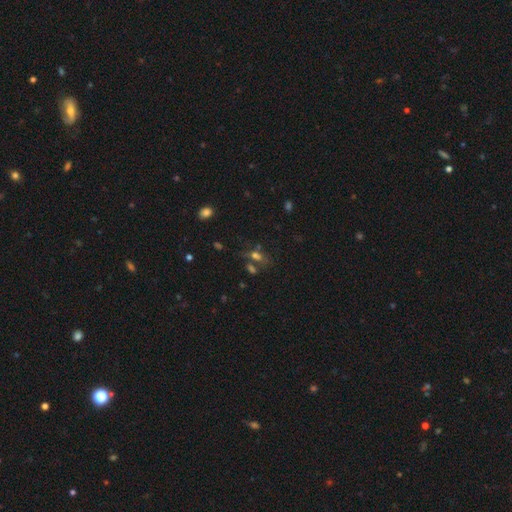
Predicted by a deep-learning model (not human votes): A smooth galaxy with no disk features (51%) that is in between round and cigar-shaped (65%). Merging: none (44%).